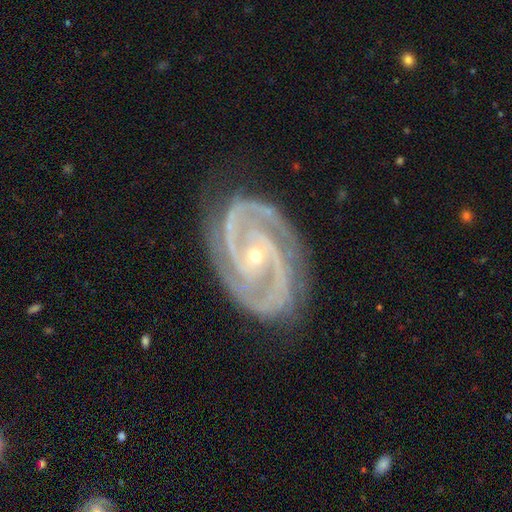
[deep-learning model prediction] Smooth or featured: featured or disk — 93% (star or artifact — 4%)
Edge-on disk: no — 98% (yes — 2%)
Bar: no — 58% (weak — 26%)
Spiral arms: yes — 99% (no — 1%)
Spiral winding: tight — 57% (medium — 39%)
Spiral arm count: 2 — 78% (3 — 11%)
Bulge size: small — 75% (moderate — 22%)
Merging: none — 79% (minor disturbance — 15%)